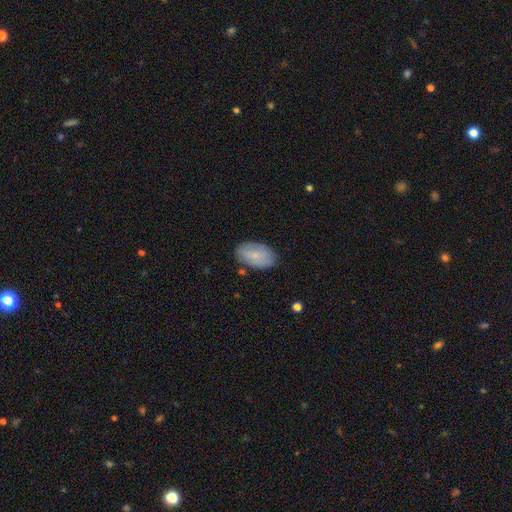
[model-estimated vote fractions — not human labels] Smooth or featured?
  - smooth: 74% *
  - featured or disk: 19%
  - star or artifact: 7%
How rounded?
  - in between: 92% *
  - round: 6%
  - cigar-shaped: 1%
Merging?
  - none: 81% *
  - minor disturbance: 14%
  - major disturbance: 3%
  - merger: 2%